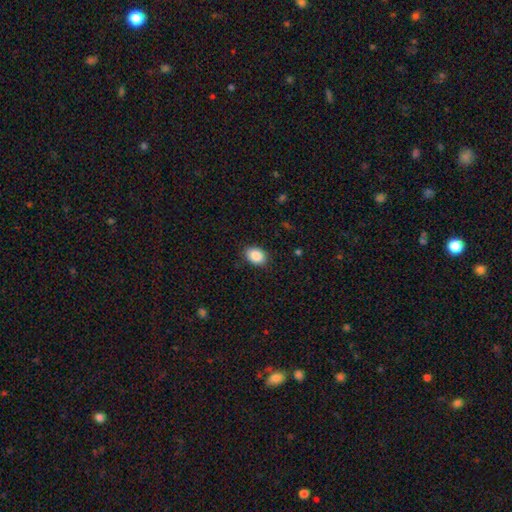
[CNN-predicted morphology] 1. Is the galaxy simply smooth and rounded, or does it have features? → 89% smooth, 7% star or artifact, 3% featured or disk.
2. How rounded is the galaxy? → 79% in between, 20% round, 1% cigar-shaped.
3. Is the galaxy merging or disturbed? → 87% none, 10% minor disturbance, 2% major disturbance, 1% merger.